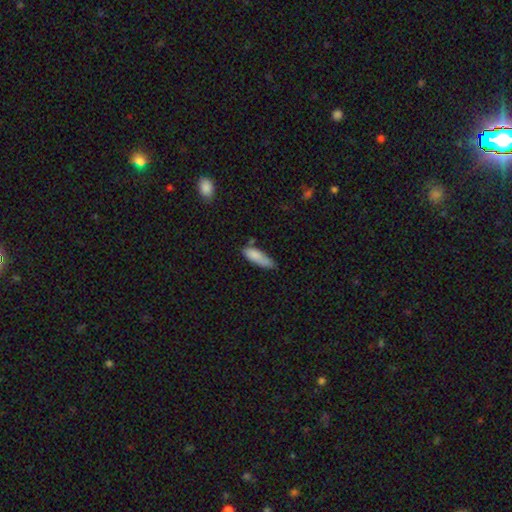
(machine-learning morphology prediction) Smooth or featured? smooth (83%)
How rounded? in between (54%)
Merging? none (47%)